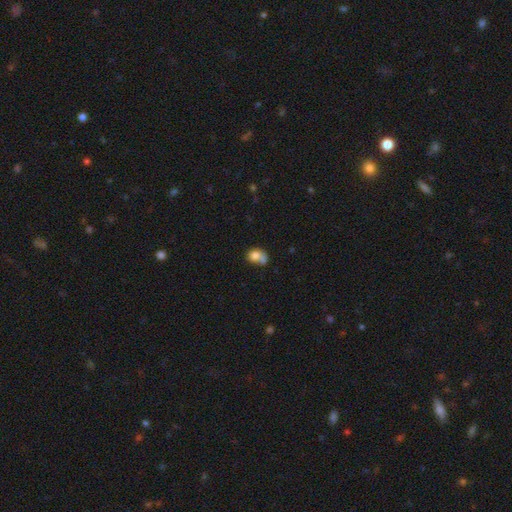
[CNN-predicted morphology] Smooth or featured? smooth (75%)
How rounded? in between (57%)
Merging? merger (43%)